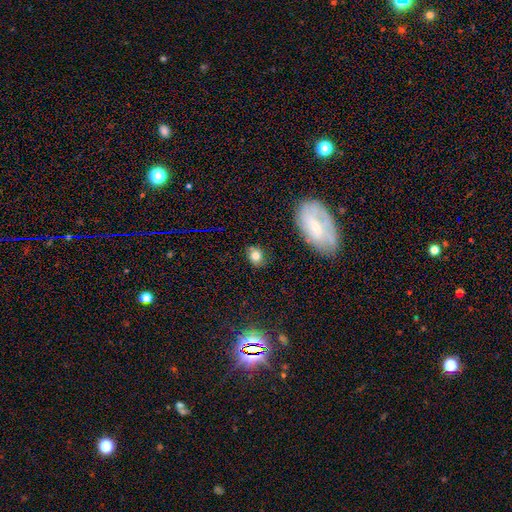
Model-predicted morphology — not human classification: A smooth galaxy with no disk features (73%) that is round (54%). Merging: none (74%).